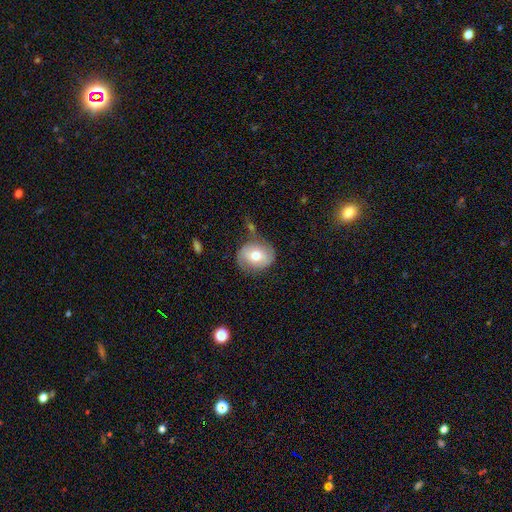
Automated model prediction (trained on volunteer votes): Smooth or featured? Predicted: smooth (p=0.59). How rounded? Predicted: round (p=0.64). Merging? Predicted: none (p=0.64).